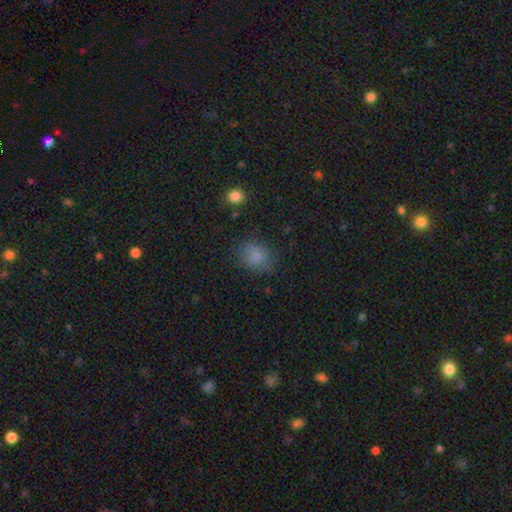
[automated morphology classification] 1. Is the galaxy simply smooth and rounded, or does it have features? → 82% smooth, 12% star or artifact, 6% featured or disk.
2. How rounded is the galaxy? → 53% in between, 46% round, 1% cigar-shaped.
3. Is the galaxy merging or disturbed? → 77% none, 16% minor disturbance, 6% major disturbance, 2% merger.